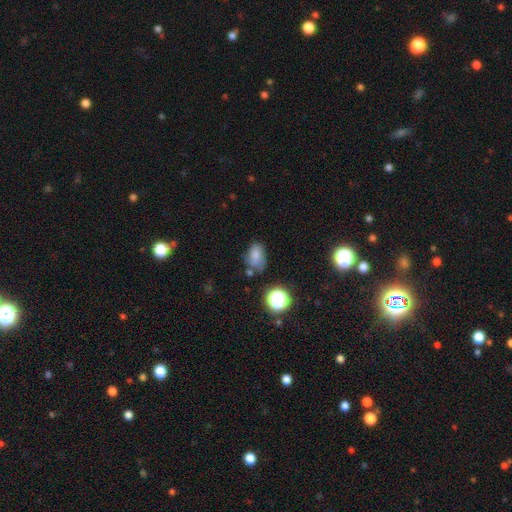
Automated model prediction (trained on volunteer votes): smooth 69%, star or artifact 16%, featured or disk 15%. Down the decision tree: how rounded — in between (79%); merging — none (53%).